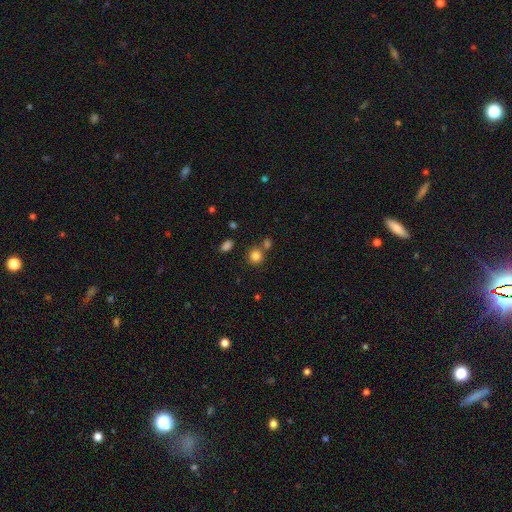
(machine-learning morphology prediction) smooth 83%, star or artifact 12%, featured or disk 6%. Down the decision tree: how rounded — round (88%); merging — none (71%).